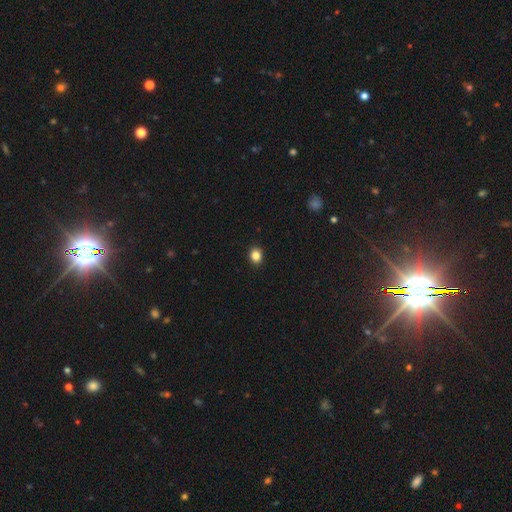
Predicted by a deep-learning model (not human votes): A smooth galaxy with no disk features (85%) that is round (68%). Merging: none (91%).